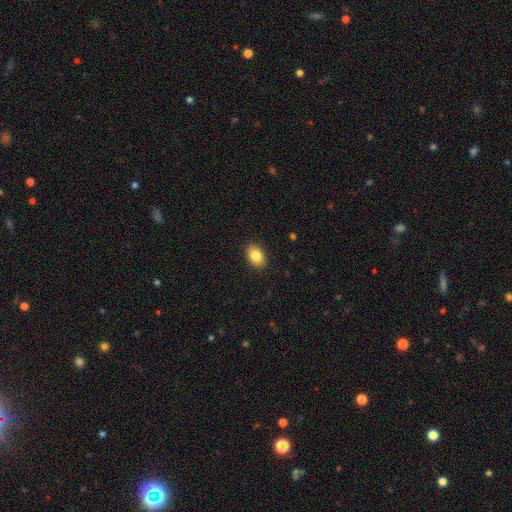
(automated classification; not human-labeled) Smooth or featured? smooth (85%)
How rounded? in between (86%)
Merging? none (89%)